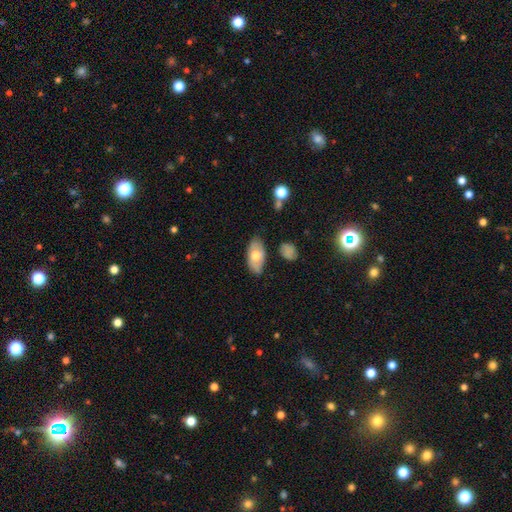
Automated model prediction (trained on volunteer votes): A smooth galaxy with no disk features (62%) that is in between round and cigar-shaped (92%).

Vote fractions:
- Smooth or featured? smooth: 62% / featured or disk: 32% / star or artifact: 6%
- How rounded? in between: 92% / cigar-shaped: 4% / round: 4%
- Merging? none: 75% / minor disturbance: 19% / major disturbance: 3% / merger: 3%